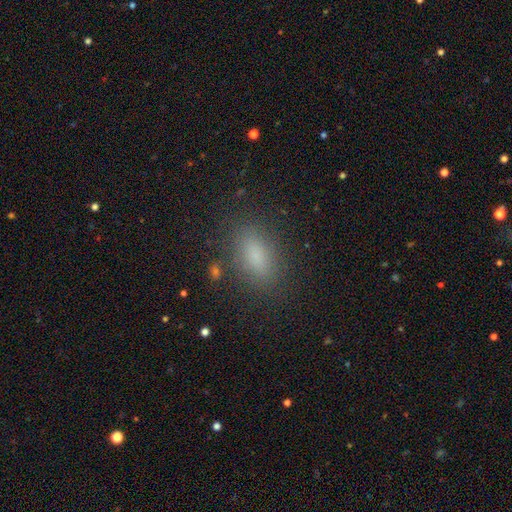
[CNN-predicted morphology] smooth-or-featured: smooth: 80% | star or artifact: 13% | featured or disk: 7%
  how-rounded: in between: 85% | cigar-shaped: 9% | round: 6%
  merging: none: 85% | minor disturbance: 10% | major disturbance: 4% | merger: 2%